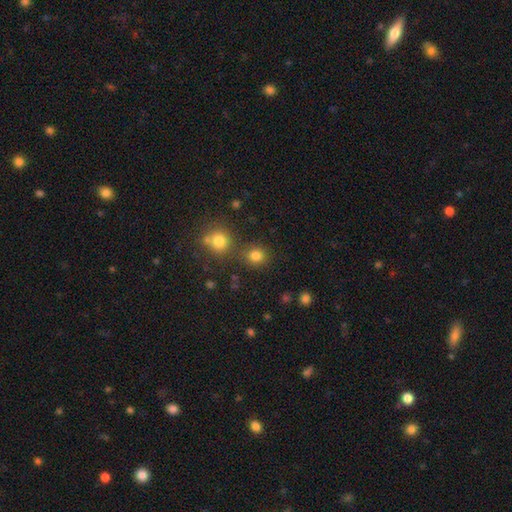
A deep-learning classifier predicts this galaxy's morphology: Smooth or featured: smooth — 81% (star or artifact — 14%)
How rounded: round — 86% (in between — 13%)
Merging: none — 75% (merger — 13%)